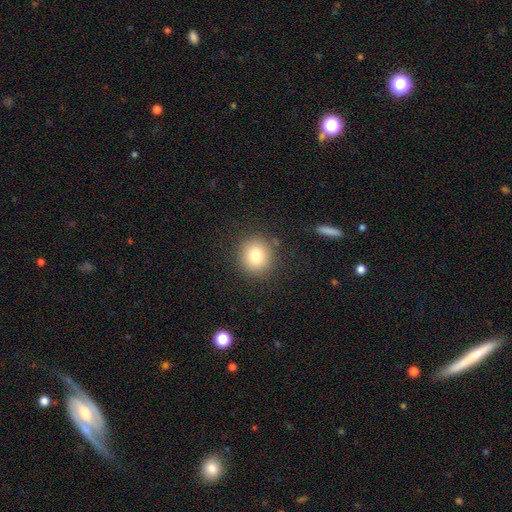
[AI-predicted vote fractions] This appears to be a smooth galaxy with no disk features (79%) that is round (88%). Merging: none (87%).